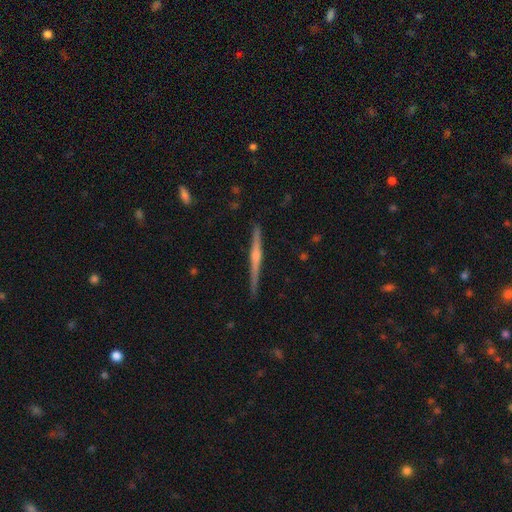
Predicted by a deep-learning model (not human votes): Overall: featured or disk (77%). Edge-on disk: yes (98%). Edge-on bulge: rounded (76%). Merging: none (90%).